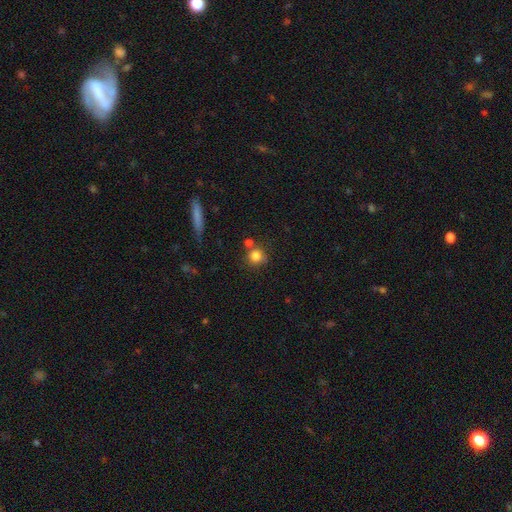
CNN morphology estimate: Smooth or featured?
  - smooth: 81% *
  - star or artifact: 11%
  - featured or disk: 7%
How rounded?
  - round: 90% *
  - in between: 9%
  - cigar-shaped: 1%
Merging?
  - none: 68% *
  - merger: 16%
  - minor disturbance: 12%
  - major disturbance: 4%